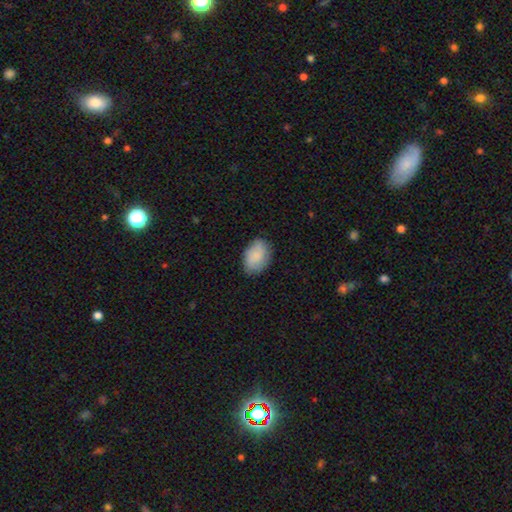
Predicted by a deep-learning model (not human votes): Smooth or featured?
  - smooth: 83% *
  - featured or disk: 10%
  - star or artifact: 6%
How rounded?
  - in between: 82% *
  - round: 17%
  - cigar-shaped: 1%
Merging?
  - none: 79% *
  - minor disturbance: 16%
  - major disturbance: 3%
  - merger: 1%